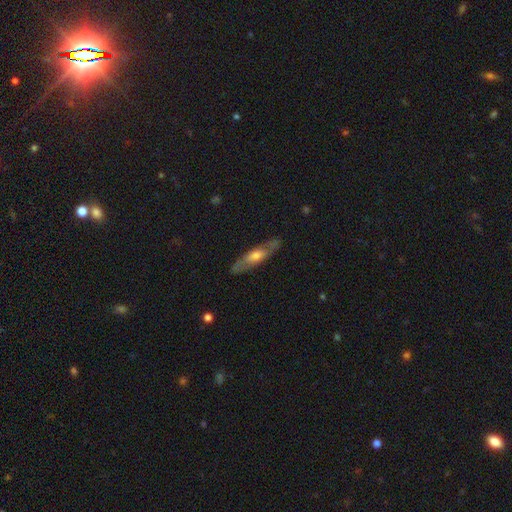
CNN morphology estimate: smooth_or_featured: featured or disk (p=0.55) [alt: smooth p=0.40]
disk_edge_on: yes (p=0.57) [alt: no p=0.43]
merging: none (p=0.83) [alt: minor disturbance p=0.12]